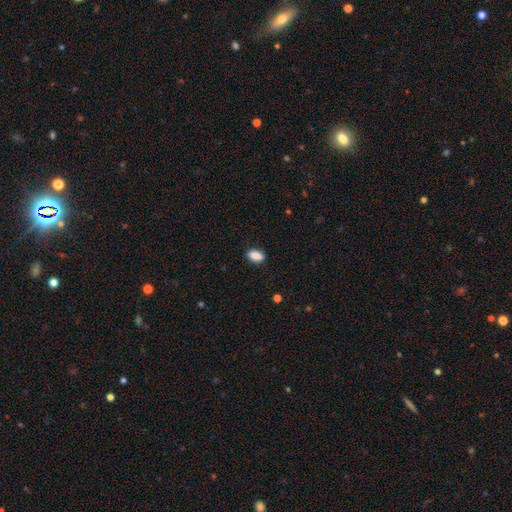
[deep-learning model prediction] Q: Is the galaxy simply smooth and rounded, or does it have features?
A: smooth — 89%.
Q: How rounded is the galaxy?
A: in between — 89%.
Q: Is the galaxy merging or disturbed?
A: none — 88%.